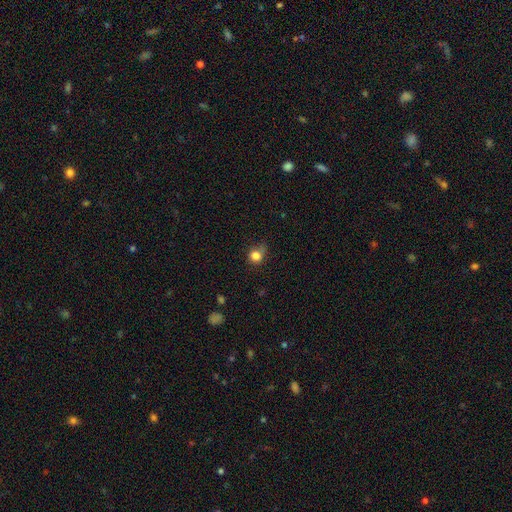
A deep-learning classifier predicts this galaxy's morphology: Smooth or featured?
  - smooth: 82% *
  - star or artifact: 12%
  - featured or disk: 6%
How rounded?
  - round: 83% *
  - in between: 16%
  - cigar-shaped: 1%
Merging?
  - none: 58% *
  - minor disturbance: 30%
  - major disturbance: 10%
  - merger: 3%